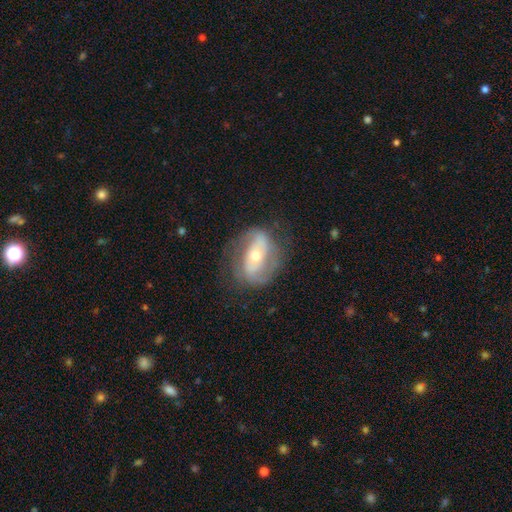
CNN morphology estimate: type=featured or disk (77%); edge-on=no (95%); bar=no (37%); spiral arms=yes (86%); winding=medium (43%); arm count=2 (83%); bulge=moderate (54%); merging=none (69%).